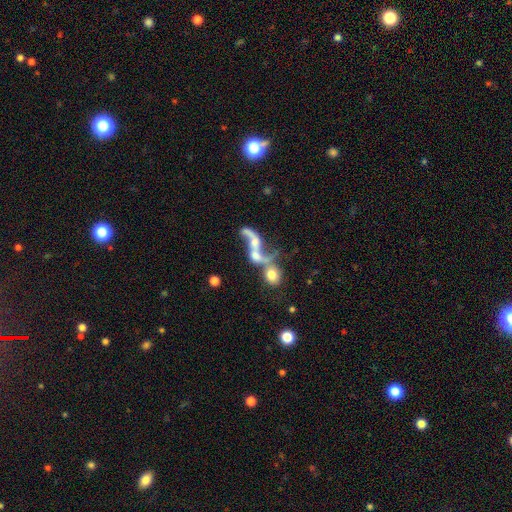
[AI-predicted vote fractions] Q: Smooth or featured?
A: featured or disk (64%); runner-up: smooth (25%)
Q: Edge-on disk?
A: no (92%); runner-up: yes (8%)
Q: Bar?
A: no (60%); runner-up: weak (27%)
Q: Spiral arms?
A: yes (67%); runner-up: no (33%)
Q: Bulge size?
A: moderate (35%); runner-up: small (31%)
Q: Merging?
A: merger (61%); runner-up: none (18%)